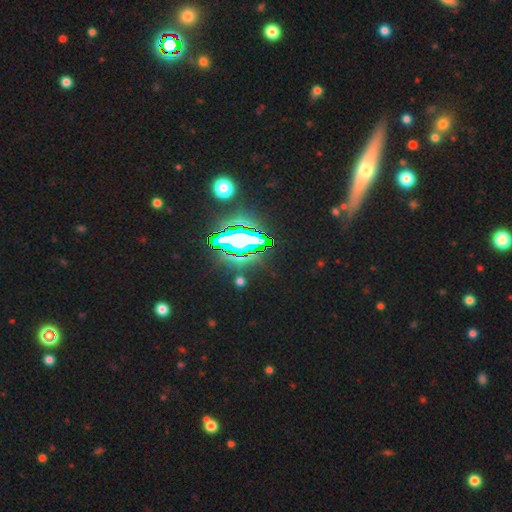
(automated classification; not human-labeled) A star or artifact, not a galaxy (75%).